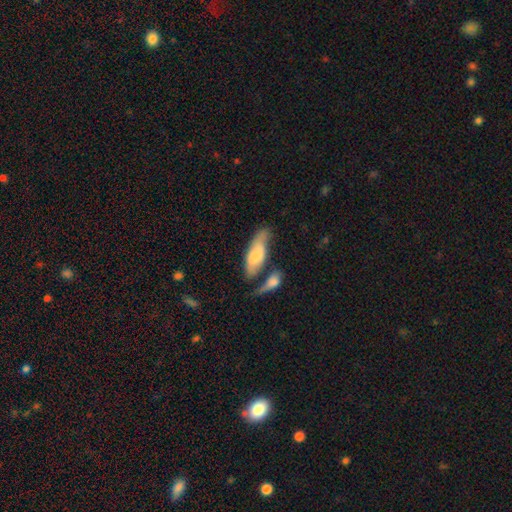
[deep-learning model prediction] Morphology: type=smooth (68%); roundness=in between (69%); merging=none (41%).